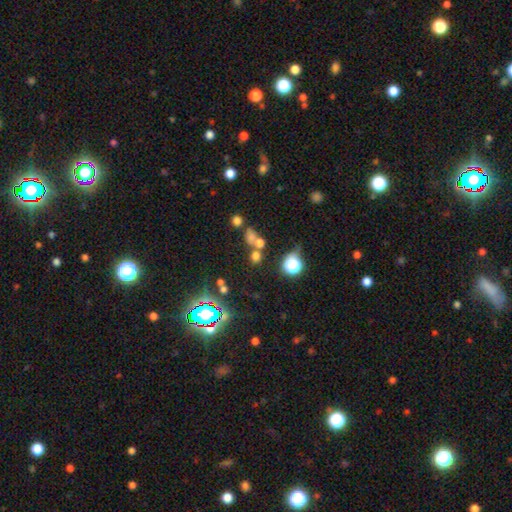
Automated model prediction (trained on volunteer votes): smooth 57%, star or artifact 33%, featured or disk 10%. Down the decision tree: how rounded — round (78%); merging — none (53%).